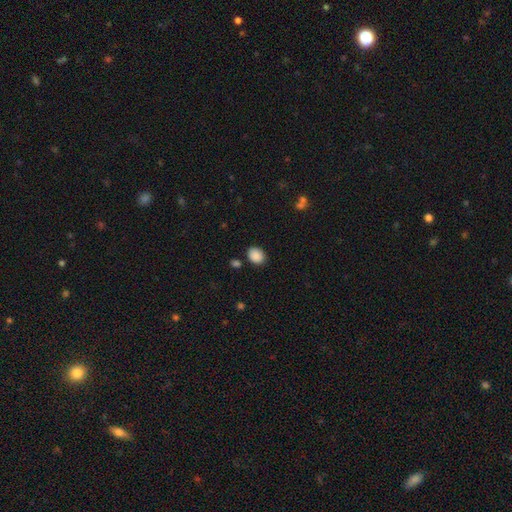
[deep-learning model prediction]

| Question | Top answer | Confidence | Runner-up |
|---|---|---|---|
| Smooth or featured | smooth | 89% | star or artifact (8%) |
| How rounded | in between | 54% | round (45%) |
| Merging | none | 83% | minor disturbance (10%) |